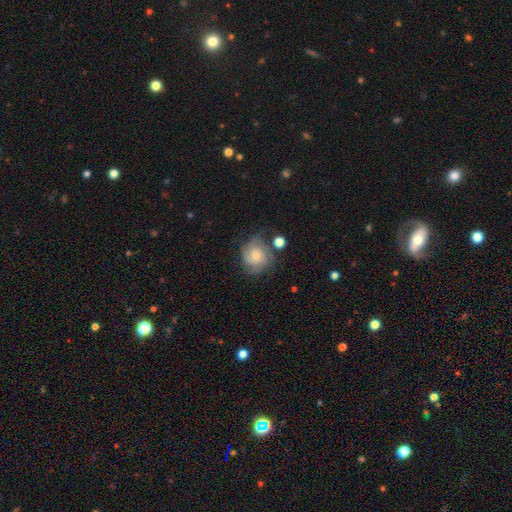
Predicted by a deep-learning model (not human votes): The model was most divided on "bulge size": small: 54%, moderate: 38%, none: 4%, large: 3%, dominant: 1%. More confident: edge-on disk — no (97%); spiral arms — yes (86%); bar — no (76%); merging — none (58%); smooth or featured — featured or disk (55%).